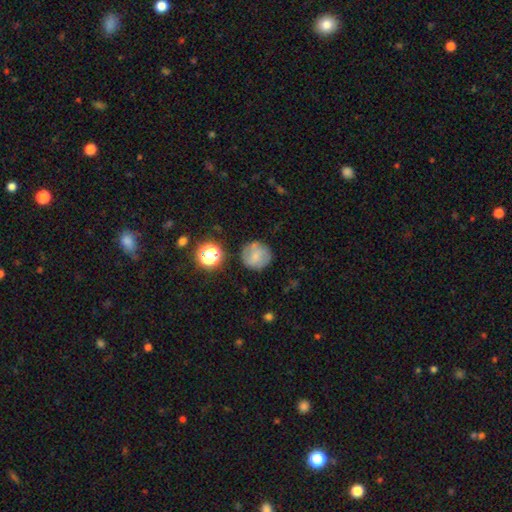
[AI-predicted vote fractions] Q: Smooth or featured?
A: smooth (67%); runner-up: featured or disk (22%)
Q: How rounded?
A: round (92%); runner-up: in between (7%)
Q: Merging?
A: none (76%); runner-up: minor disturbance (14%)